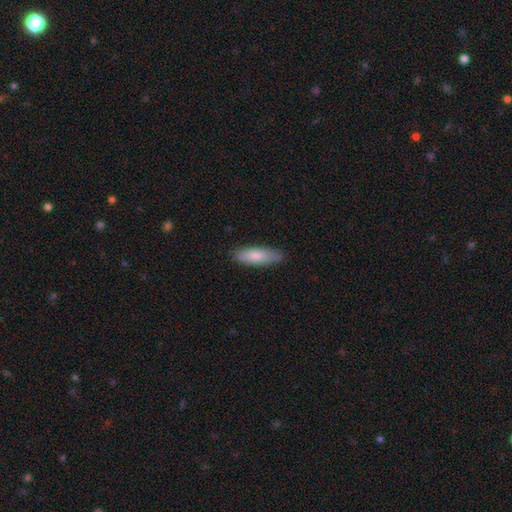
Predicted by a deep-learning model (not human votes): Morphology: type=smooth (80%); roundness=in between (50%); merging=none (85%).